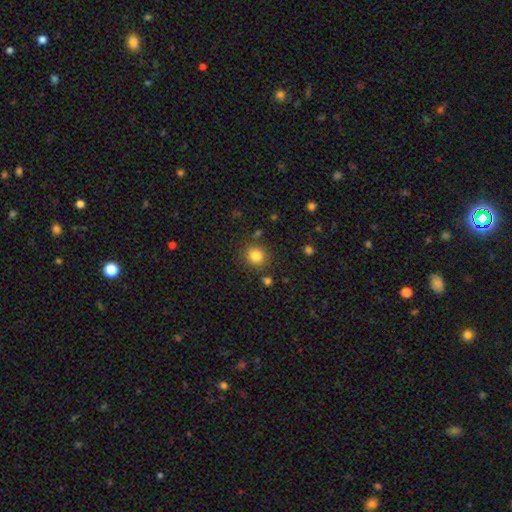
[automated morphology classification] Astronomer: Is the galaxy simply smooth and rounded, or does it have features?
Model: smooth — 83%.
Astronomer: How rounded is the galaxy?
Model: round — 86%.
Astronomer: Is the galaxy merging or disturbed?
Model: none — 84%.